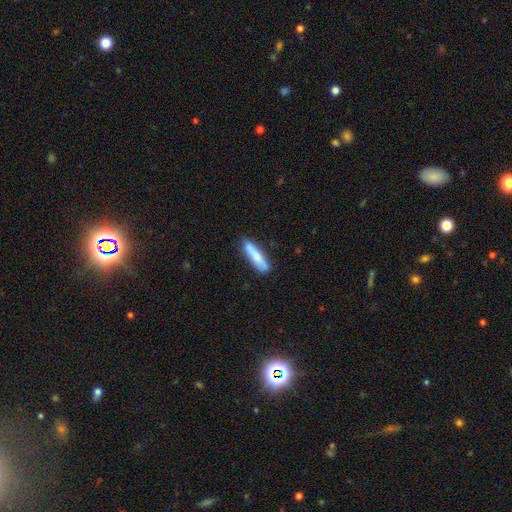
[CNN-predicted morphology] Overall: smooth (78%). How rounded: cigar-shaped (73%). Merging: none (79%).